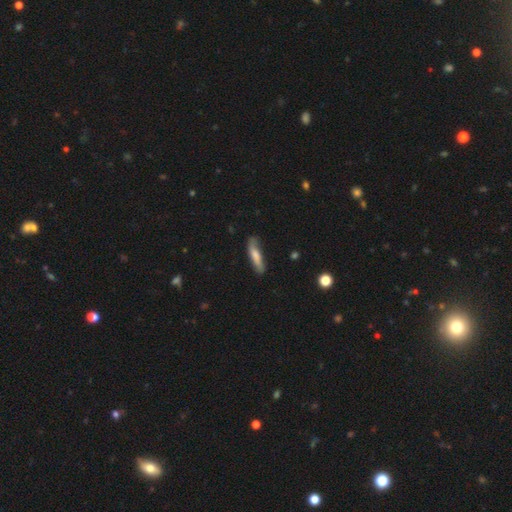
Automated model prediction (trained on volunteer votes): Overall: smooth (67%; featured or disk 27%). How rounded: cigar-shaped (77%). Merging: none (69%).